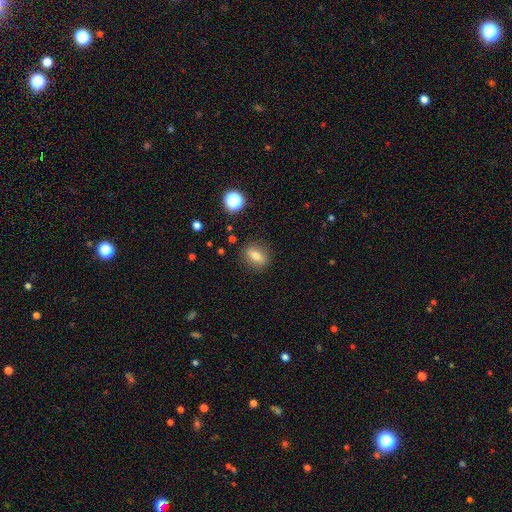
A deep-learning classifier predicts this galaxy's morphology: type=smooth (69%); roundness=in between (62%); merging=none (86%).